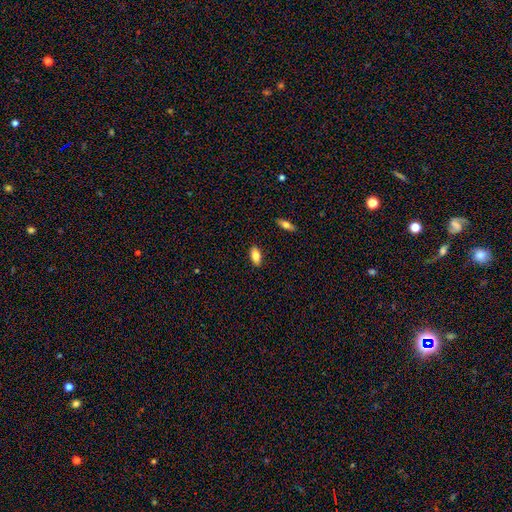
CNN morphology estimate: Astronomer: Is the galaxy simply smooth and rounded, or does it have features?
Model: smooth — 81%.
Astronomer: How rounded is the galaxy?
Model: in between — 89%.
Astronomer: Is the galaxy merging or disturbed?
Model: none — 88%.